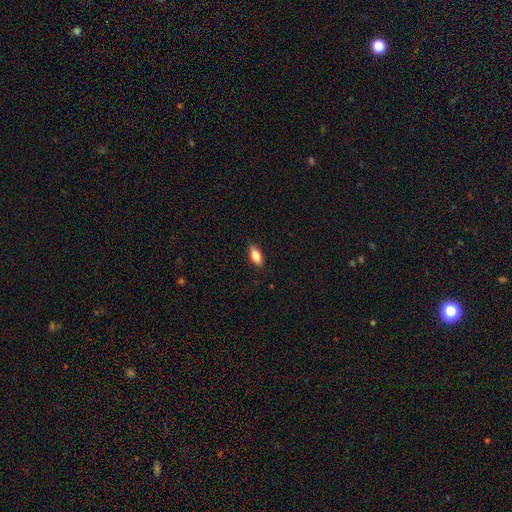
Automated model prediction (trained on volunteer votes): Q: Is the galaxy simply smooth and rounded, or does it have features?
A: smooth — 81%.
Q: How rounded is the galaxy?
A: in between — 85%.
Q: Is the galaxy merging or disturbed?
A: none — 86%.